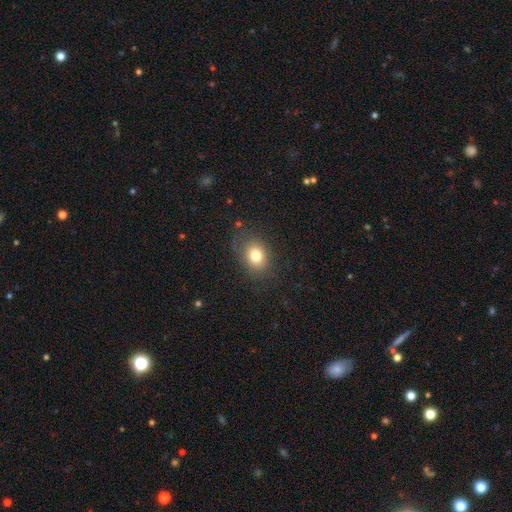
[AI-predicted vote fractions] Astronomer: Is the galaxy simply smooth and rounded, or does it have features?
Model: smooth — 78%.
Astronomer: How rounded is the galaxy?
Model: in between — 56% (runner-up: round, 43%).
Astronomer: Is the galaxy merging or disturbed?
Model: none — 75%.